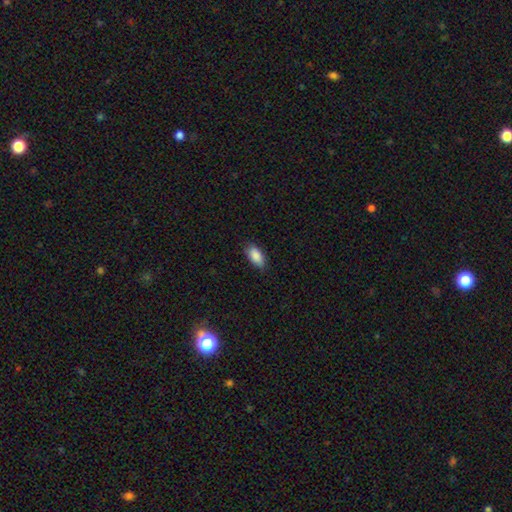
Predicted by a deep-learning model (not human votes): Smooth or featured? Predicted: smooth (p=0.88). How rounded? Predicted: in between (p=0.91). Merging? Predicted: none (p=0.82).